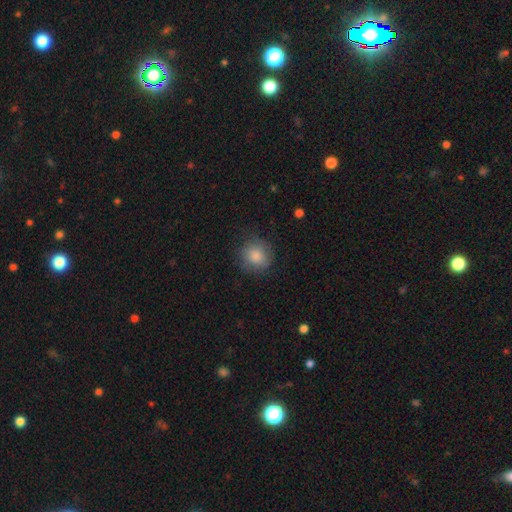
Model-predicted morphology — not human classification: A smooth galaxy with no disk features (84%) that is round (87%). Merging: none (78%).